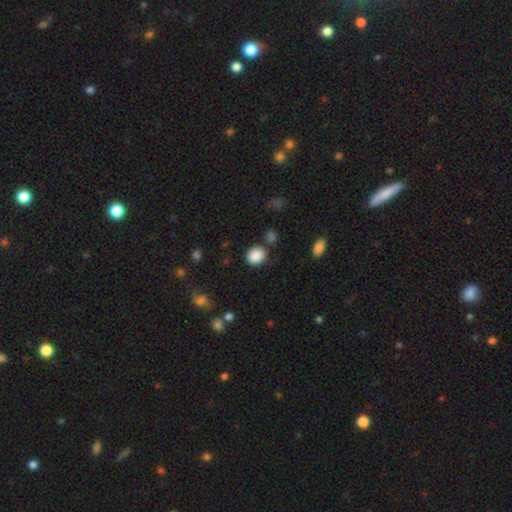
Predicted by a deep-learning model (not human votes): smooth-or-featured: smooth: 87% | star or artifact: 9% | featured or disk: 4%
  how-rounded: round: 76% | in between: 23% | cigar-shaped: 1%
  merging: none: 80% | minor disturbance: 11% | merger: 6% | major disturbance: 3%